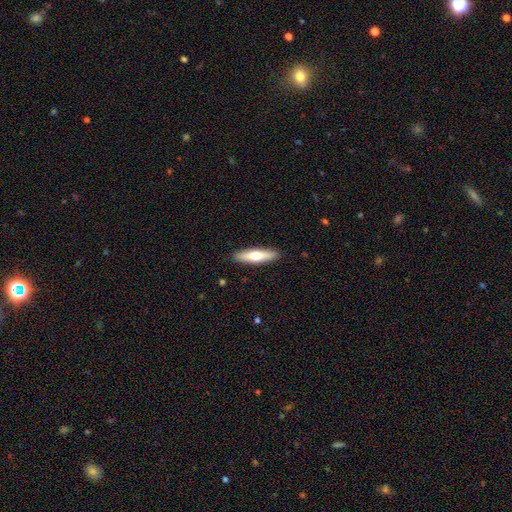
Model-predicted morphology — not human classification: A smooth galaxy with no disk features (61%) that is cigar-shaped (72%).

Vote fractions:
- Smooth or featured? smooth: 61% / featured or disk: 33% / star or artifact: 5%
- How rounded? cigar-shaped: 72% / in between: 26% / round: 2%
- Merging? none: 90% / minor disturbance: 7% / major disturbance: 2% / merger: 1%